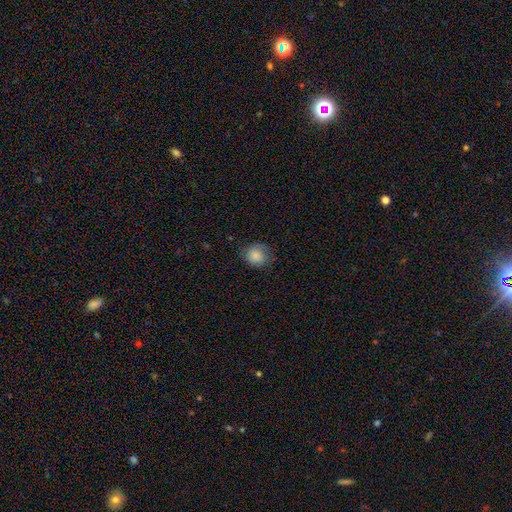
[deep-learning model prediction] Overall: smooth (80%). How rounded: round (78%). Merging: none (70%).